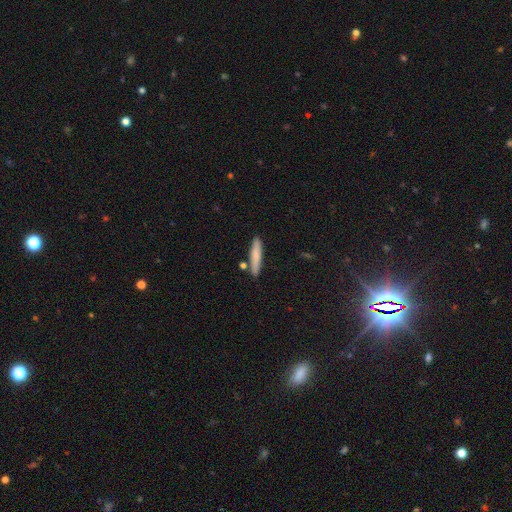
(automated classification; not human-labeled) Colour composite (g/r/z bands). It shows a smooth galaxy with no disk features (77%) that is cigar-shaped (89%). Merging: none (82%).